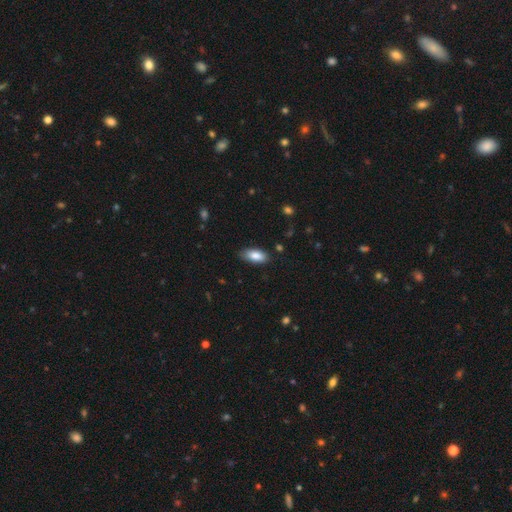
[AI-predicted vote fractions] Smooth or featured?
  - smooth: 85% *
  - featured or disk: 8%
  - star or artifact: 7%
How rounded?
  - in between: 86% *
  - cigar-shaped: 11%
  - round: 2%
Merging?
  - none: 79% *
  - minor disturbance: 16%
  - major disturbance: 3%
  - merger: 1%